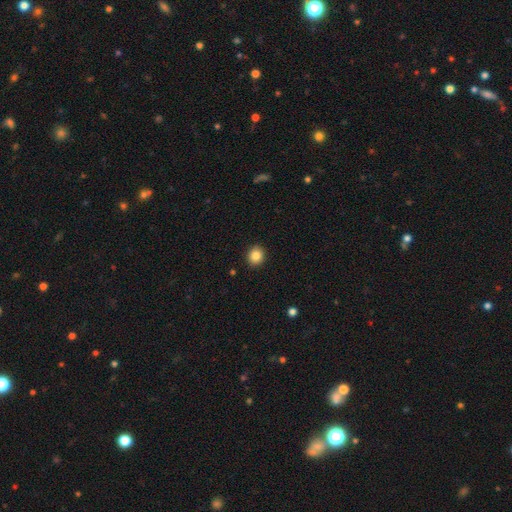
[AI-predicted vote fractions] Smooth or featured?
  - smooth: 85% *
  - star or artifact: 10%
  - featured or disk: 6%
How rounded?
  - round: 77% *
  - in between: 22%
  - cigar-shaped: 1%
Merging?
  - none: 92% *
  - minor disturbance: 6%
  - major disturbance: 2%
  - merger: 1%